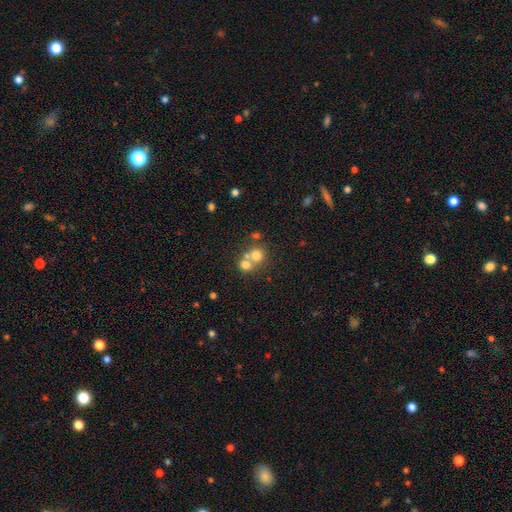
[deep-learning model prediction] smooth 68%, featured or disk 17%, star or artifact 14%. Down the decision tree: how rounded — round (86%); merging — merger (50%).